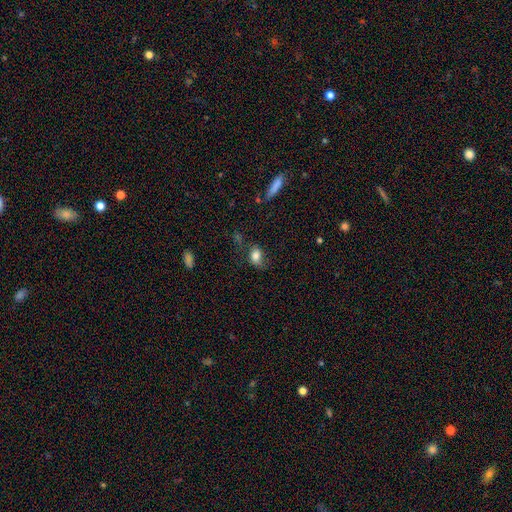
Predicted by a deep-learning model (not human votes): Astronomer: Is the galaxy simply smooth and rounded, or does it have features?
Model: smooth — 79%.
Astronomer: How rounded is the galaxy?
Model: in between — 70%.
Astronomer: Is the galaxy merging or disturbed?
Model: none — 56%.